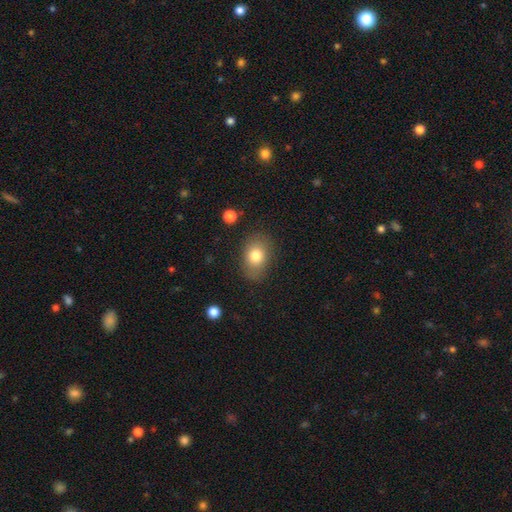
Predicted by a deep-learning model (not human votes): Smooth or featured? smooth (79%)
How rounded? in between (76%)
Merging? none (79%)